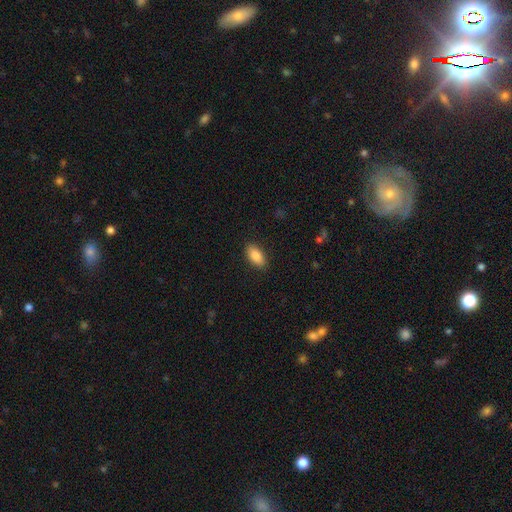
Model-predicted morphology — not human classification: This appears to be a smooth galaxy with no disk features (88%) that is in between round and cigar-shaped (91%). Merging: none (88%).